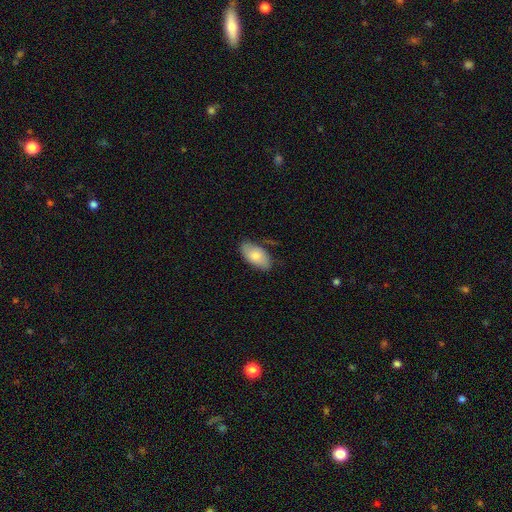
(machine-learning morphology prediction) Overall: smooth (78%). How rounded: in between (94%). Merging: none (75%).